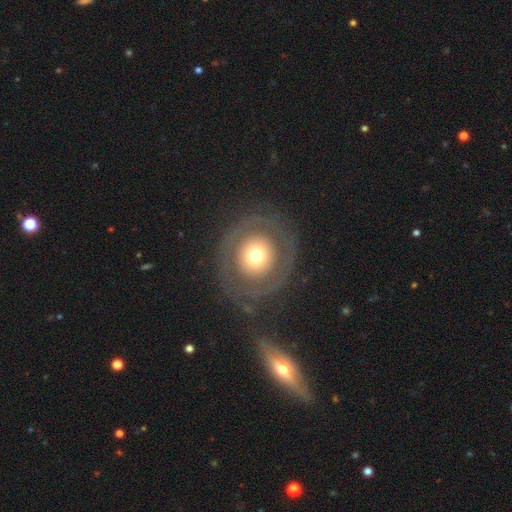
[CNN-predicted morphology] A featured or disk galaxy (48%). Merging: none (78%).